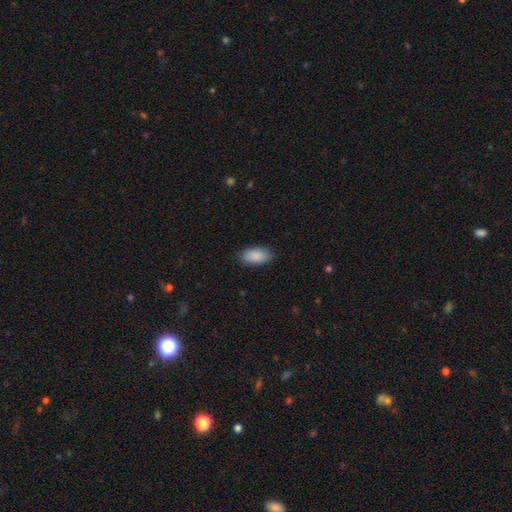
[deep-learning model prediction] Q: Smooth or featured?
A: smooth (90%); runner-up: star or artifact (6%)
Q: How rounded?
A: in between (94%); runner-up: cigar-shaped (3%)
Q: Merging?
A: none (86%); runner-up: minor disturbance (10%)